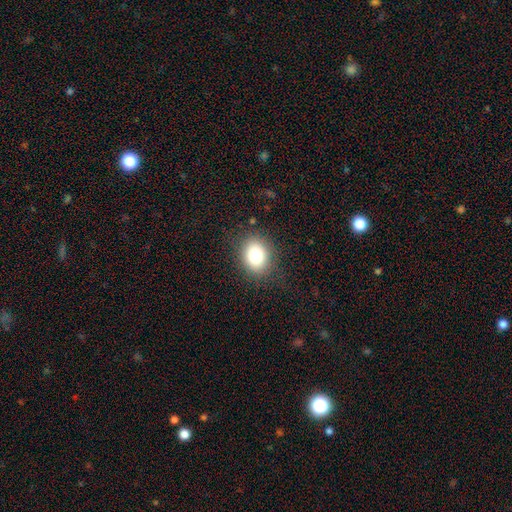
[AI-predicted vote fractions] Smooth or featured? Predicted: smooth (p=0.79). How rounded? Predicted: round (p=0.50). Merging? Predicted: none (p=0.85).